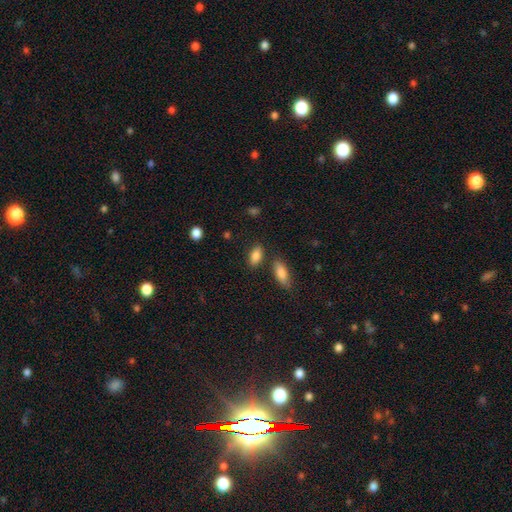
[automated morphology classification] Q: Smooth or featured?
A: smooth (86%); runner-up: star or artifact (8%)
Q: How rounded?
A: in between (88%); runner-up: cigar-shaped (7%)
Q: Merging?
A: none (76%); runner-up: minor disturbance (12%)